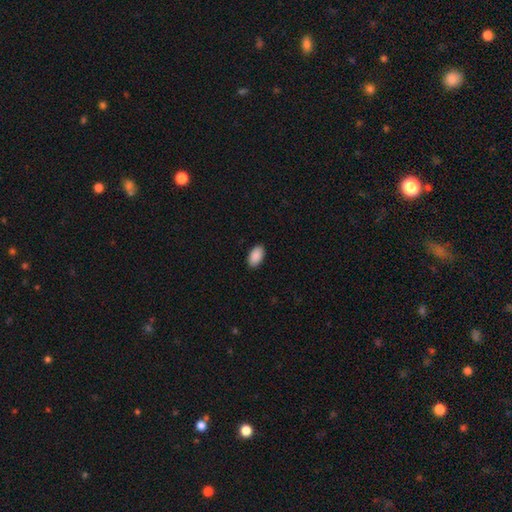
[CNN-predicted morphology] type=smooth (91%); roundness=in between (95%); merging=none (90%).